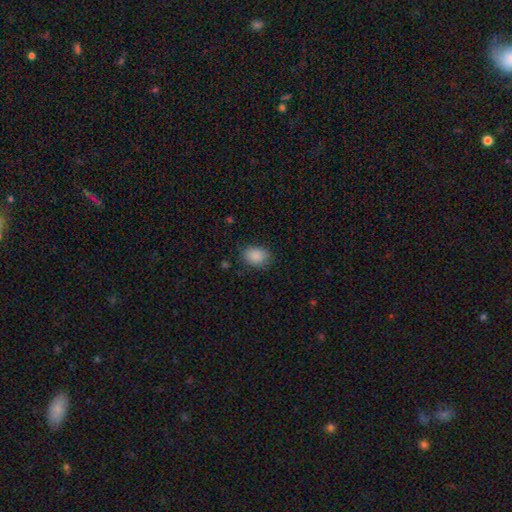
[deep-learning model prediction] Morphology: type=smooth (88%); roundness=in between (75%); merging=none (78%).